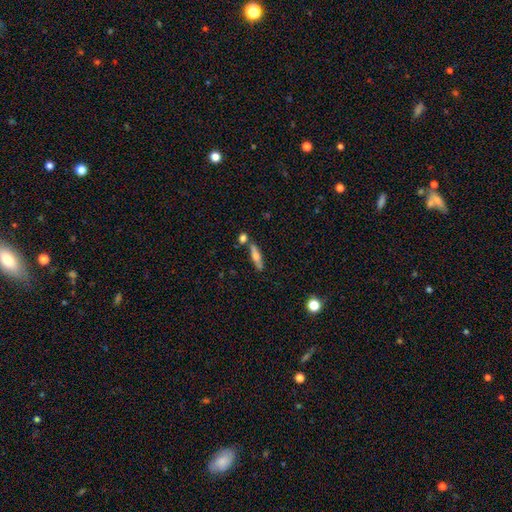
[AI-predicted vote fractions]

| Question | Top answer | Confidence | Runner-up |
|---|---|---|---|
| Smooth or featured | smooth | 50% | featured or disk (43%) |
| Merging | none | 73% | merger (13%) |